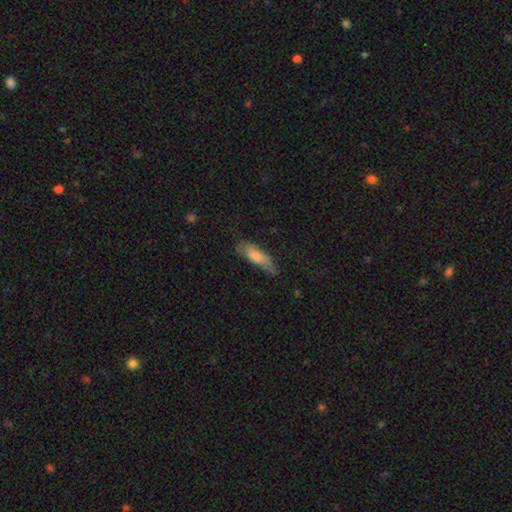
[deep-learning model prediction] smooth-or-featured: smooth: 71% | featured or disk: 22% | star or artifact: 7%
  how-rounded: cigar-shaped: 58% | in between: 40% | round: 2%
  merging: none: 62% | minor disturbance: 28% | major disturbance: 8% | merger: 2%